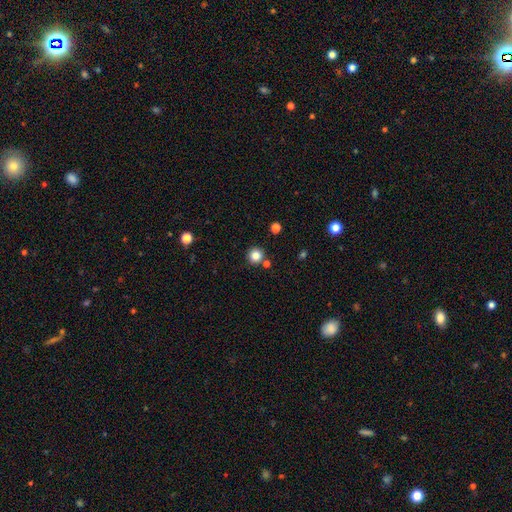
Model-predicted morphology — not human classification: Smooth or featured? smooth (83%)
How rounded? round (94%)
Merging? none (85%)